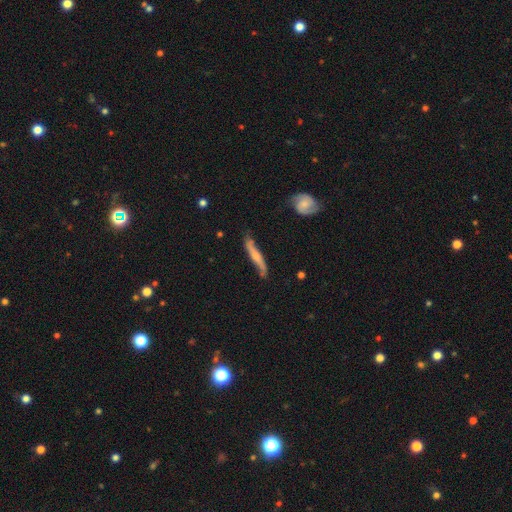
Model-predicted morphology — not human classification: A featured or disk galaxy (58%) viewed edge-on (69%). Merging: none (67%).